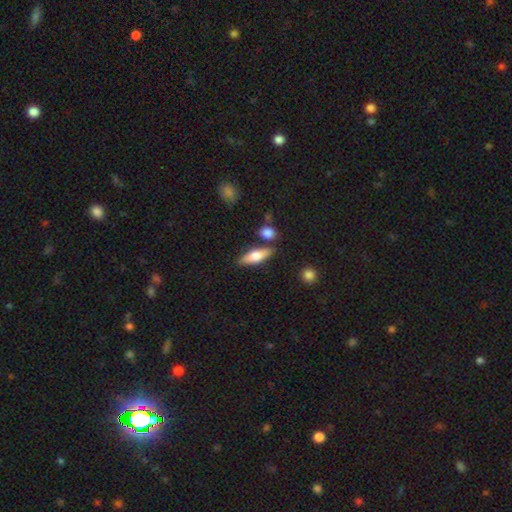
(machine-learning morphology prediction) type=smooth (61%); roundness=in between (55%); merging=none (78%).